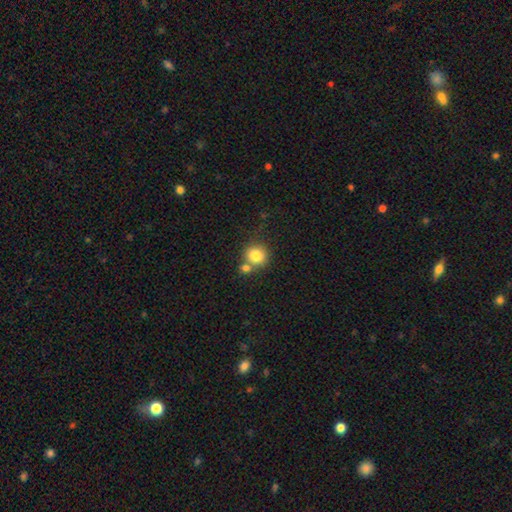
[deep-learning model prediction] Smooth or featured: smooth — 81% (star or artifact — 10%)
How rounded: round — 88% (in between — 11%)
Merging: none — 57% (merger — 31%)